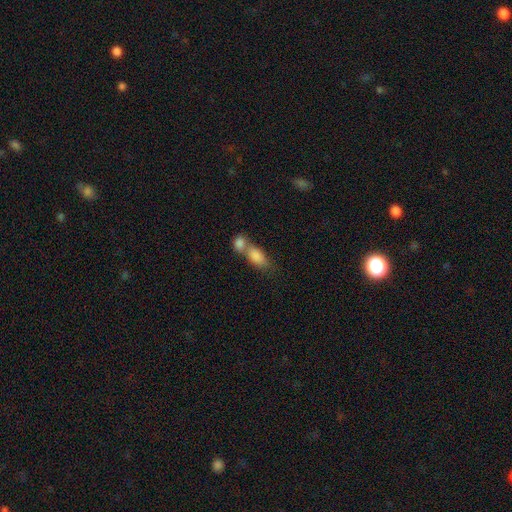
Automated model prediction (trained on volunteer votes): Smooth or featured: smooth — 81% (featured or disk — 11%)
How rounded: in between — 81% (cigar-shaped — 10%)
Merging: merger — 66% (none — 22%)